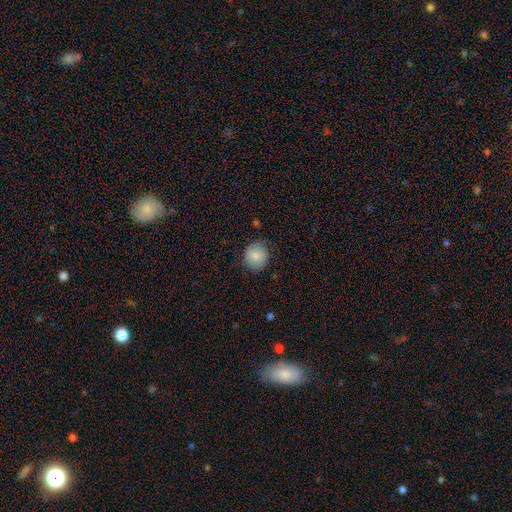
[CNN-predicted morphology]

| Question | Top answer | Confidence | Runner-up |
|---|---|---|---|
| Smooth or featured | smooth | 80% | featured or disk (13%) |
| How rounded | round | 84% | in between (16%) |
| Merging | none | 79% | minor disturbance (16%) |